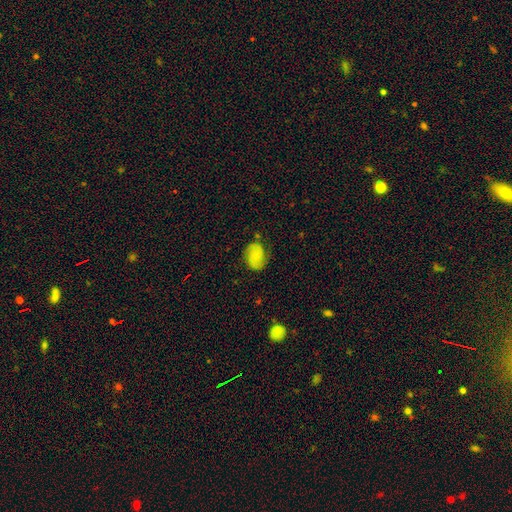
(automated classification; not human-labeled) smooth 54%, featured or disk 37%, star or artifact 8%. Down the decision tree: how rounded — in between (65%); merging — none (73%).